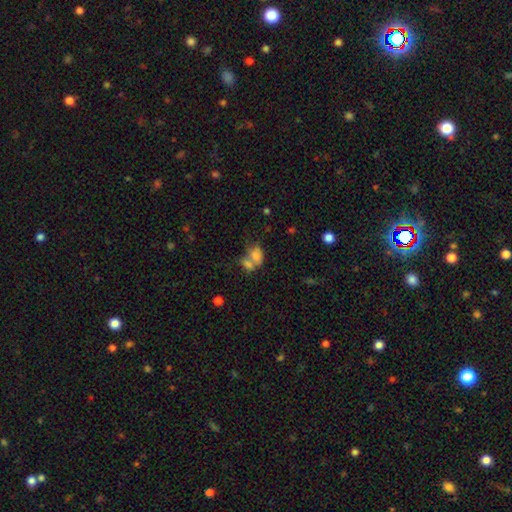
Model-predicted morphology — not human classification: The model was most divided on "merging": merger: 64%, none: 18%, minor disturbance: 9%, major disturbance: 8%. More confident: how rounded — in between (78%); smooth or featured — smooth (70%).